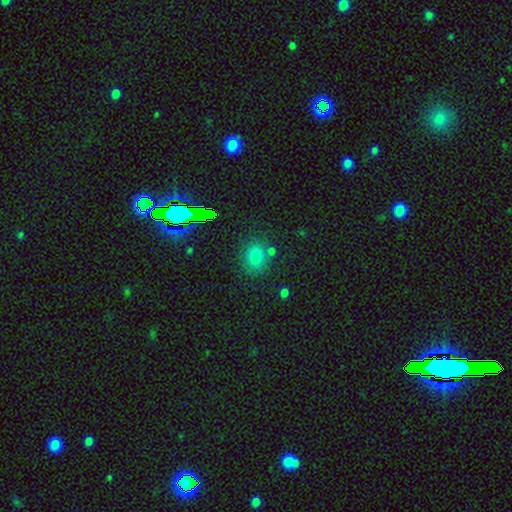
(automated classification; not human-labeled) The model was most divided on "how rounded": in between: 53%, round: 46%, cigar-shaped: 1%. More confident: smooth or featured — smooth (73%); merging — none (72%).